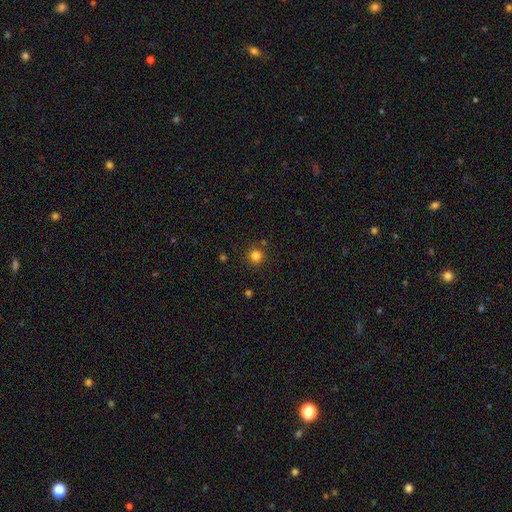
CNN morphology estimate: Q: Smooth or featured?
A: smooth (82%); runner-up: star or artifact (13%)
Q: How rounded?
A: round (94%); runner-up: in between (5%)
Q: Merging?
A: none (90%); runner-up: minor disturbance (6%)